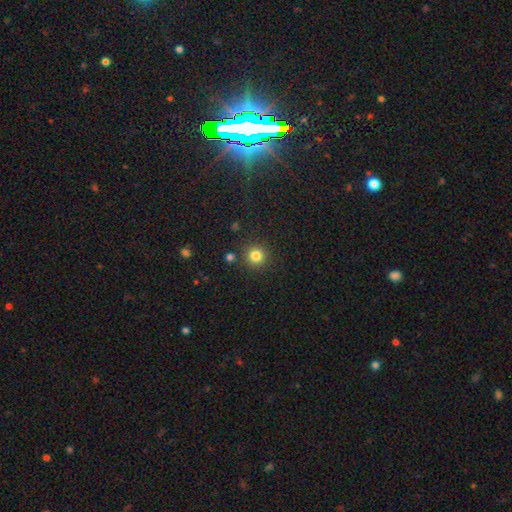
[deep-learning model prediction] Morphology: type=smooth (83%); roundness=round (94%); merging=none (88%).